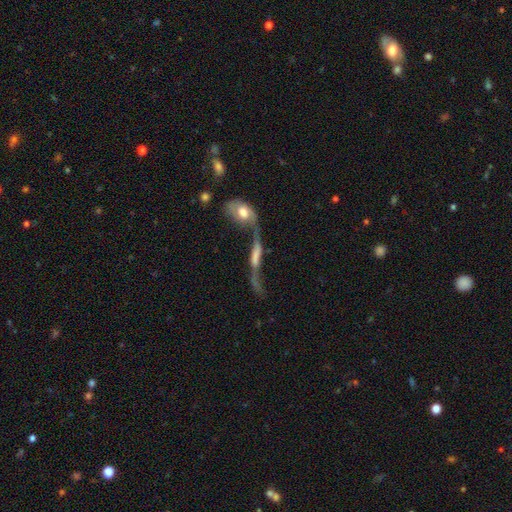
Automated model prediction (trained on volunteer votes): Smooth or featured? featured or disk (61%)
Edge-on disk? no (73%)
Merging? merger (66%)